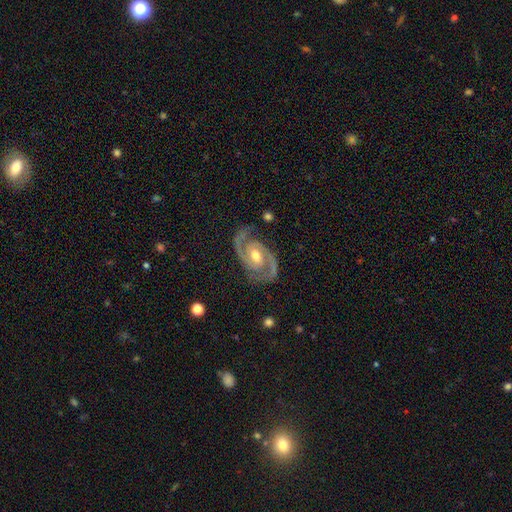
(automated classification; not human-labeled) Smooth or featured?
  - featured or disk: 93% *
  - star or artifact: 4%
  - smooth: 3%
Edge-on disk?
  - no: 98% *
  - yes: 2%
Bar?
  - weak: 42% *
  - no: 41%
  - strong: 17%
Spiral arms?
  - yes: 98% *
  - no: 2%
Spiral winding?
  - medium: 50% *
  - tight: 43%
  - loose: 7%
Spiral arm count?
  - 2: 93% *
  - 3: 2%
  - can't tell: 2%
  - 1: 1%
  - 4: 1%
  - more than 4: 1%
Bulge size?
  - moderate: 74% *
  - small: 20%
  - large: 4%
  - none: 1%
  - dominant: 1%
Merging?
  - none: 83% *
  - minor disturbance: 13%
  - major disturbance: 3%
  - merger: 1%